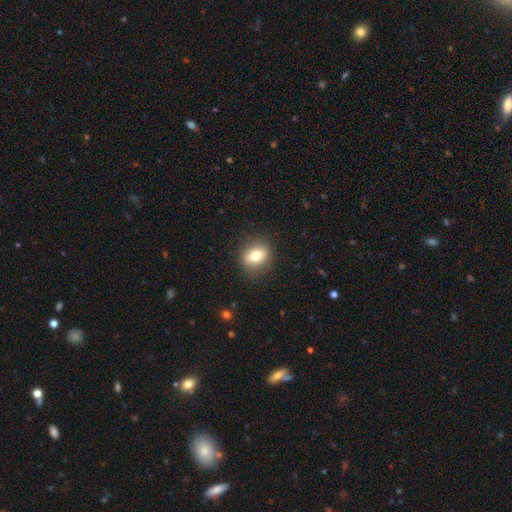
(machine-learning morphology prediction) Q: Smooth or featured?
A: smooth (72%); runner-up: featured or disk (19%)
Q: How rounded?
A: in between (51%); runner-up: round (47%)
Q: Merging?
A: none (87%); runner-up: minor disturbance (9%)